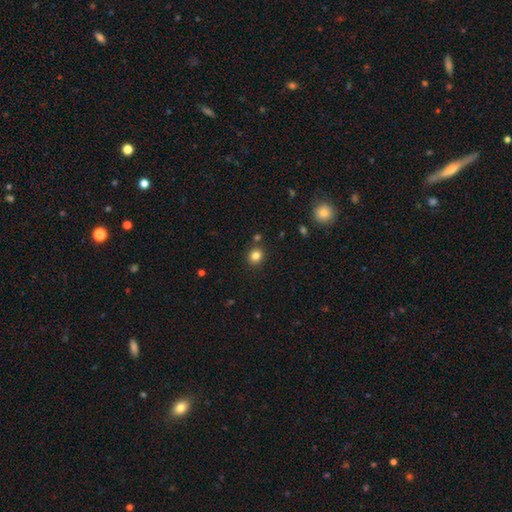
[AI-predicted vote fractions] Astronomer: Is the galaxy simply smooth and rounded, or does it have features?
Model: smooth — 82%.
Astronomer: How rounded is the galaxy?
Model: round — 78%.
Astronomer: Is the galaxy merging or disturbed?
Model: none — 84%.